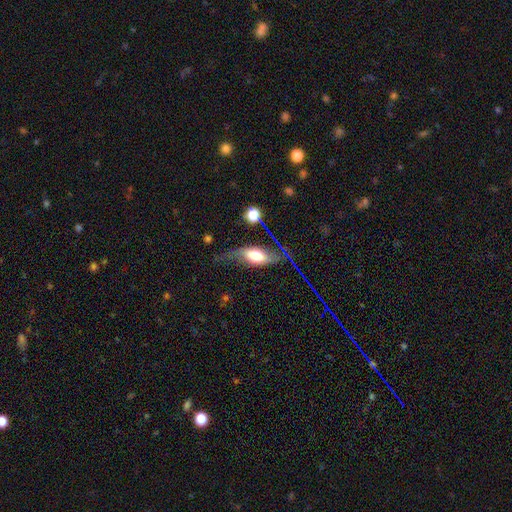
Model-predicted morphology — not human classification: smooth_or_featured: featured or disk (p=0.53) [alt: smooth p=0.38]
disk_edge_on: no (p=0.53) [alt: yes p=0.47]
merging: none (p=0.54) [alt: minor disturbance p=0.26]